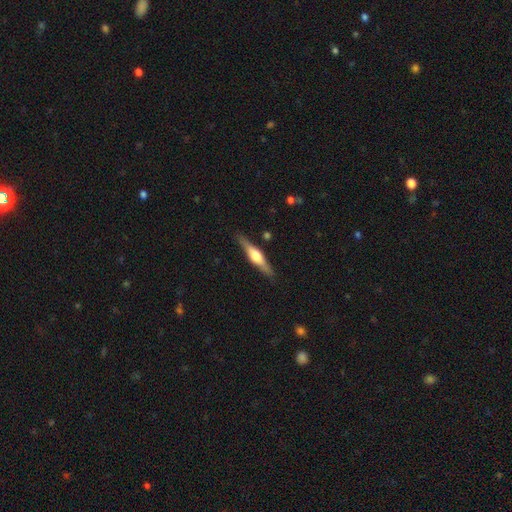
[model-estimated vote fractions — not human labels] Smooth or featured?
  - featured or disk: 67% *
  - smooth: 28%
  - star or artifact: 5%
Edge-on disk?
  - yes: 97% *
  - no: 3%
Edge-on bulge?
  - rounded: 86% *
  - boxy: 10%
  - none: 3%
Merging?
  - none: 88% *
  - minor disturbance: 9%
  - major disturbance: 2%
  - merger: 1%